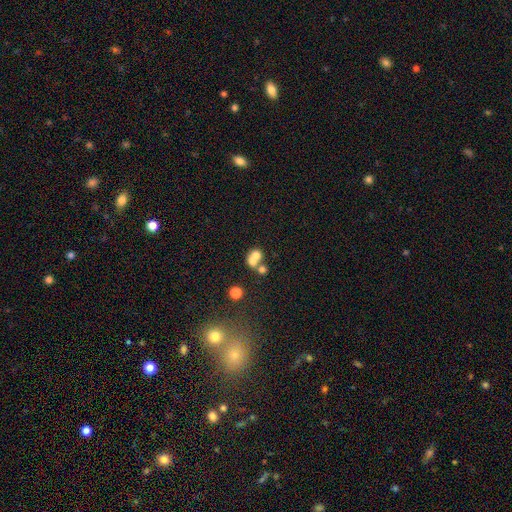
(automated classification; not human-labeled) Morphology: type=smooth (63%); roundness=round (69%); merging=merger (65%).